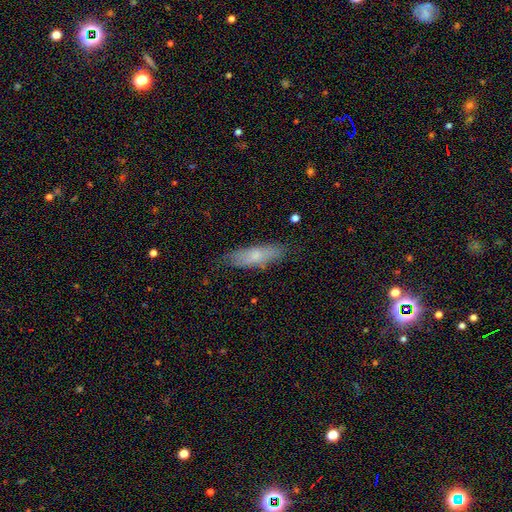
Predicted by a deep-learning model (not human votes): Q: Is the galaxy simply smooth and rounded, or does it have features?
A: smooth — 66%.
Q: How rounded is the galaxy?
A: cigar-shaped — 57%.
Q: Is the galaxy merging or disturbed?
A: none — 73%.